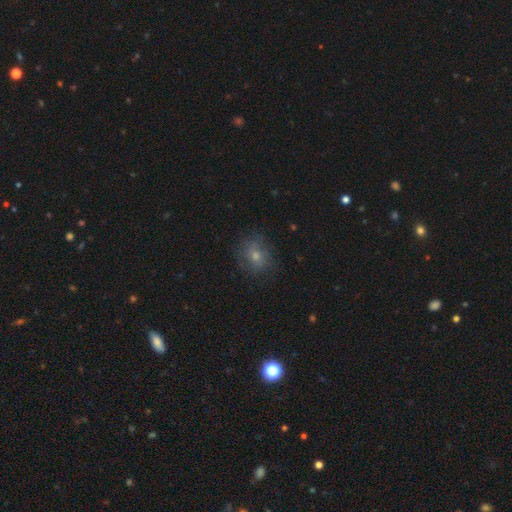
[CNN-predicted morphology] The model was most divided on "smooth or featured": smooth: 55%, featured or disk: 23%, star or artifact: 22%. More confident: merging — none (77%); how rounded — round (75%).